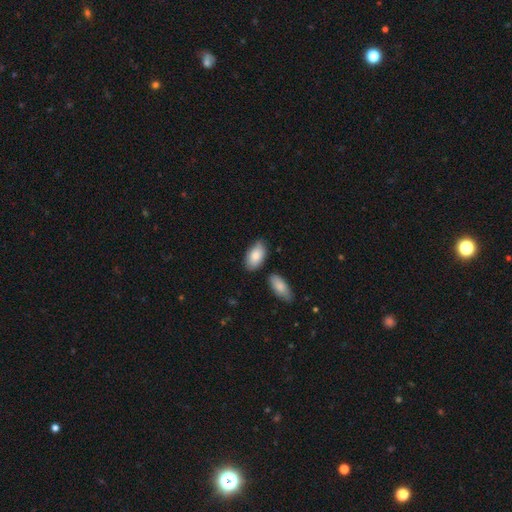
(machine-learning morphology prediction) A smooth galaxy with no disk features (84%) that is in between round and cigar-shaped (94%). Merging: none (69%).